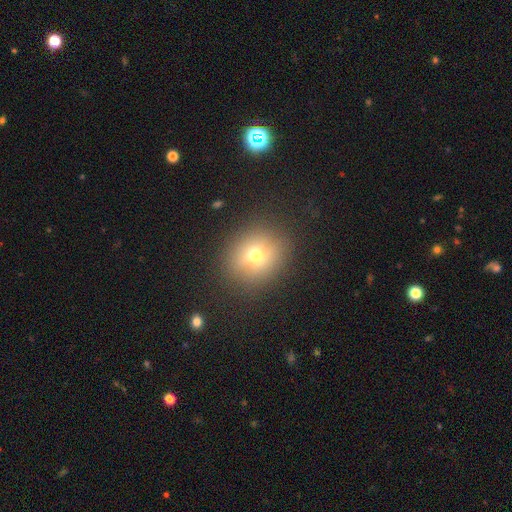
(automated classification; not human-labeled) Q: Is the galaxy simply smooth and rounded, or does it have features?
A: smooth — 65%.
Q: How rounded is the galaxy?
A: round — 77%.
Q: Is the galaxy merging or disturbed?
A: none — 85%.